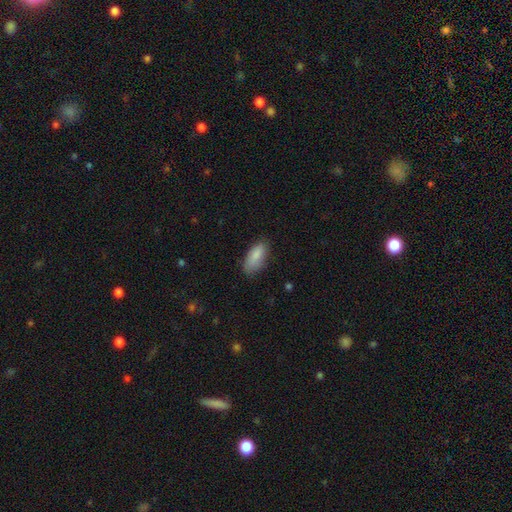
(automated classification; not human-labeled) Morphology: type=smooth (87%); roundness=in between (85%); merging=none (75%).